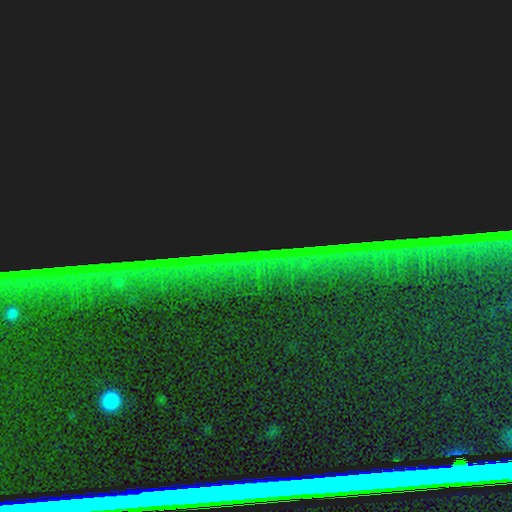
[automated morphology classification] A star or artifact, not a galaxy (87%).

Vote fractions:
- Smooth or featured? star or artifact: 87% / featured or disk: 7% / smooth: 6%